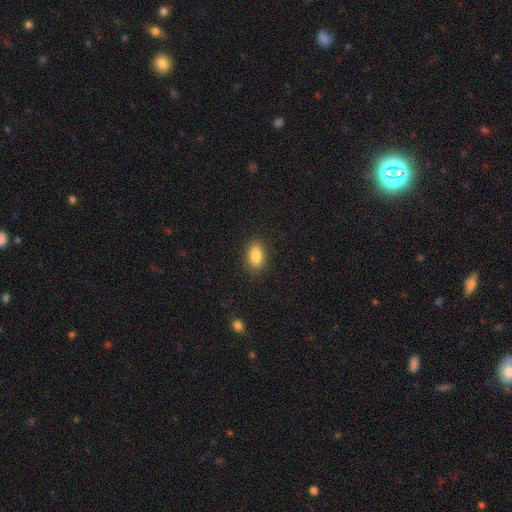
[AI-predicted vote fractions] This is clearly a smooth galaxy (86%). How rounded: clearly in between (87%). Merging: clearly none (88%).